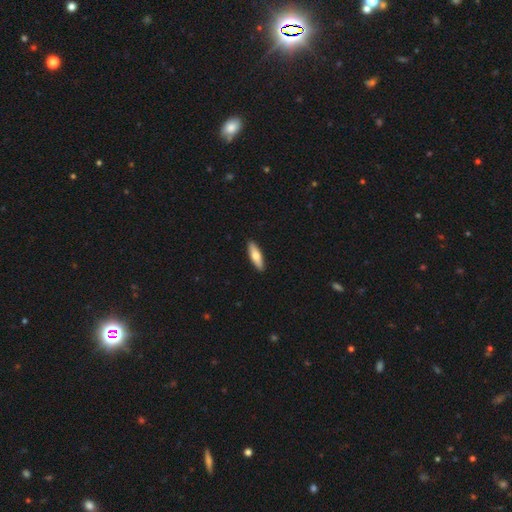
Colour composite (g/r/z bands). It shows a smooth galaxy with no disk features (58%) that is cigar-shaped (64%). Merging: none (94%).